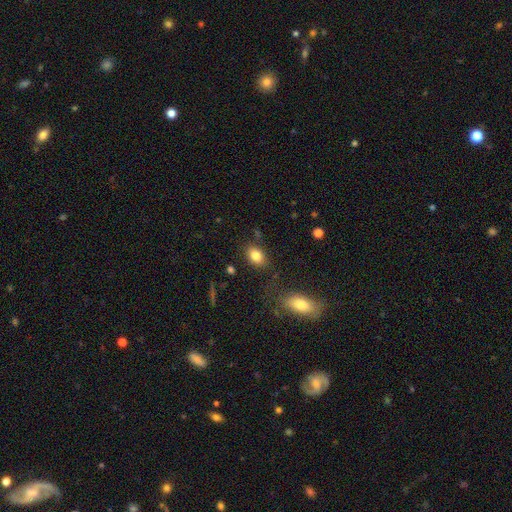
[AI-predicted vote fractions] Smooth or featured: smooth — 82% (star or artifact — 9%)
How rounded: in between — 82% (round — 16%)
Merging: none — 81% (minor disturbance — 12%)